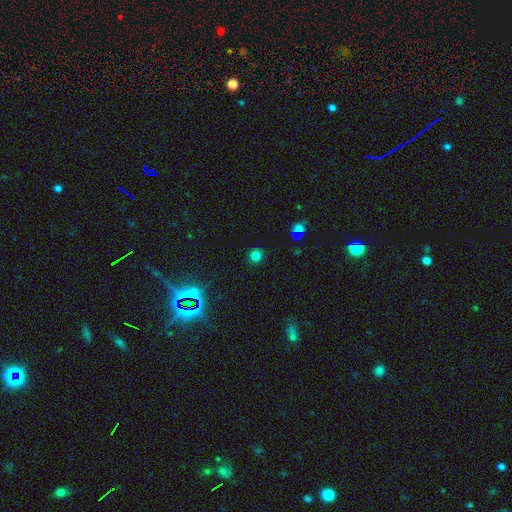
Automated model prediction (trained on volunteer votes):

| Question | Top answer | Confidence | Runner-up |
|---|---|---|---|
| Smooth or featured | smooth | 76% | star or artifact (19%) |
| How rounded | round | 90% | in between (9%) |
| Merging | none | 88% | minor disturbance (8%) |